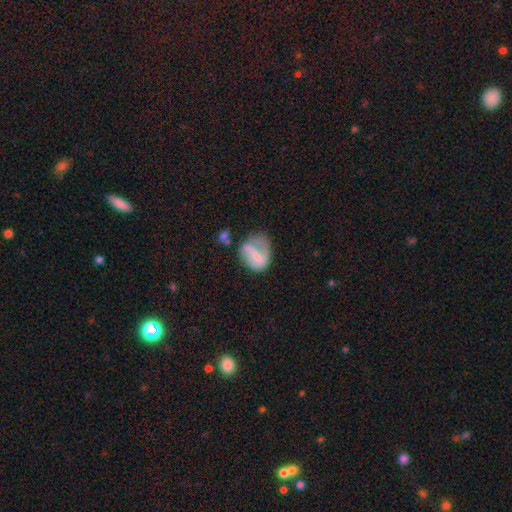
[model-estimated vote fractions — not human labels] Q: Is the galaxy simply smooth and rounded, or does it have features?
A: featured or disk — 50%.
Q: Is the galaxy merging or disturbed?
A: none — 34%.